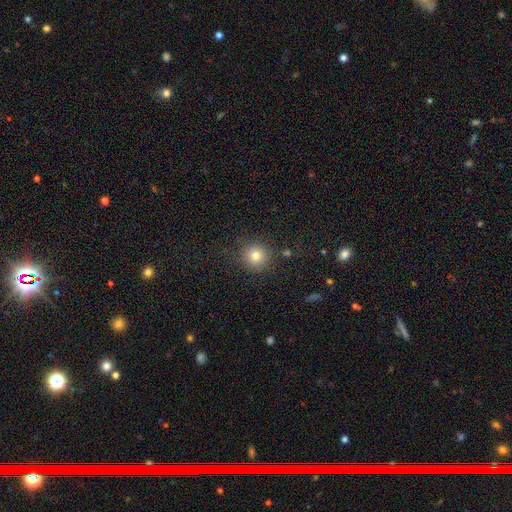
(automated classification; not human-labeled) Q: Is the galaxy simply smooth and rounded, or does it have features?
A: smooth — 79%.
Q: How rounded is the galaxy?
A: round — 94%.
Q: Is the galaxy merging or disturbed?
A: none — 87%.